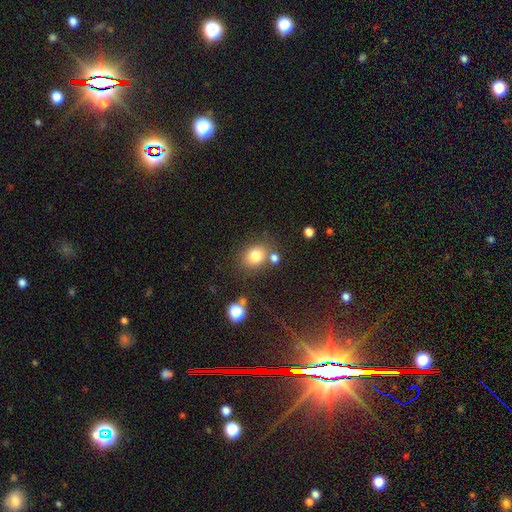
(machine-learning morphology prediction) smooth 79%, star or artifact 12%, featured or disk 8%. Down the decision tree: how rounded — round (56%); merging — none (70%).